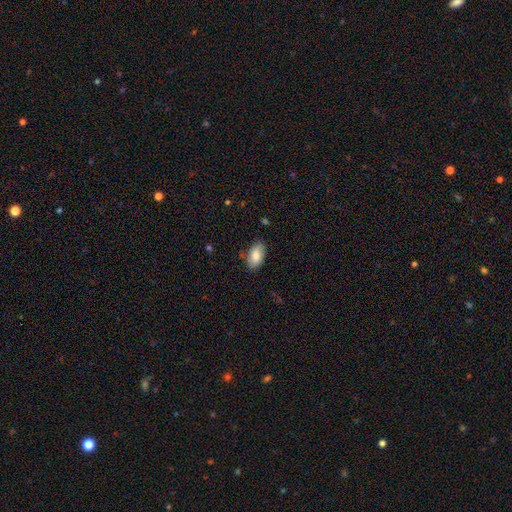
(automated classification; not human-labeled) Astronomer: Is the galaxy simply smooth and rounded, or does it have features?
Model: smooth — 80%.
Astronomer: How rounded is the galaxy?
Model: in between — 94%.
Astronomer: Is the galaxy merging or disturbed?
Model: none — 79%.